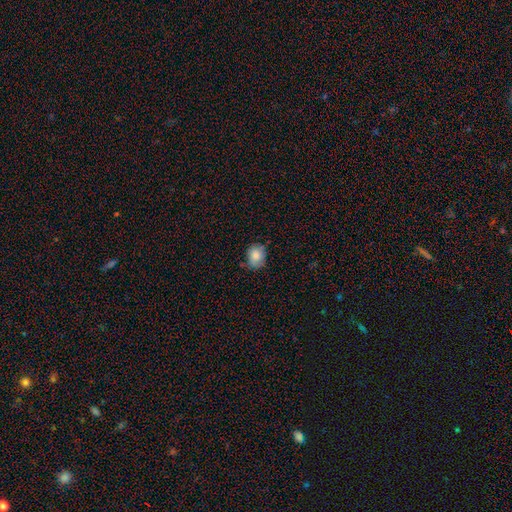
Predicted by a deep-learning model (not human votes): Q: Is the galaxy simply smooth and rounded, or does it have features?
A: smooth — 83%.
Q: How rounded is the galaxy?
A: round — 50%.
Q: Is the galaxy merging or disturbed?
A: none — 70%.